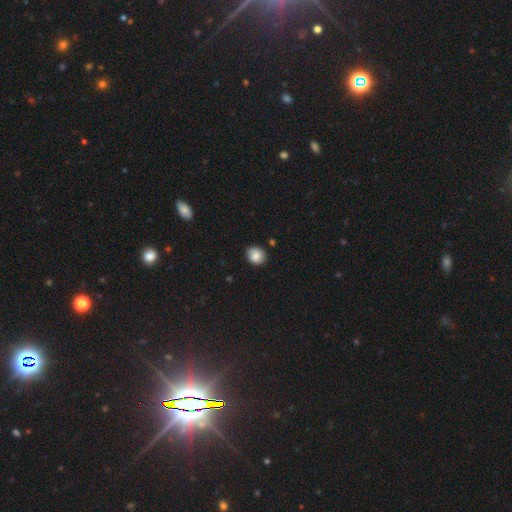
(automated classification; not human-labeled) smooth 84%, star or artifact 9%, featured or disk 7%. Down the decision tree: how rounded — round (64%); merging — none (78%).